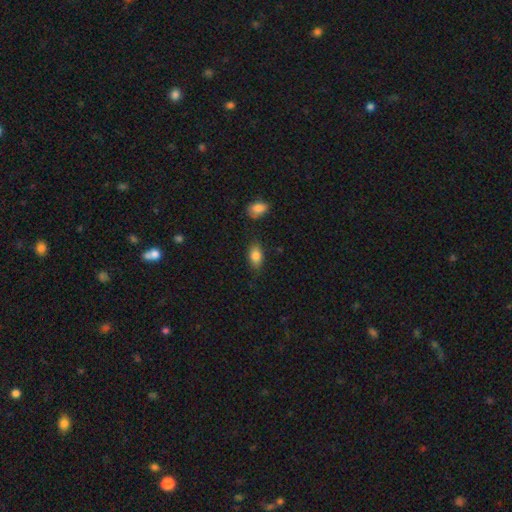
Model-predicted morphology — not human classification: smooth_or_featured: smooth (p=0.85) [alt: star or artifact p=0.08]
how_rounded: in between (p=0.89) [alt: round p=0.08]
merging: none (p=0.80) [alt: minor disturbance p=0.15]